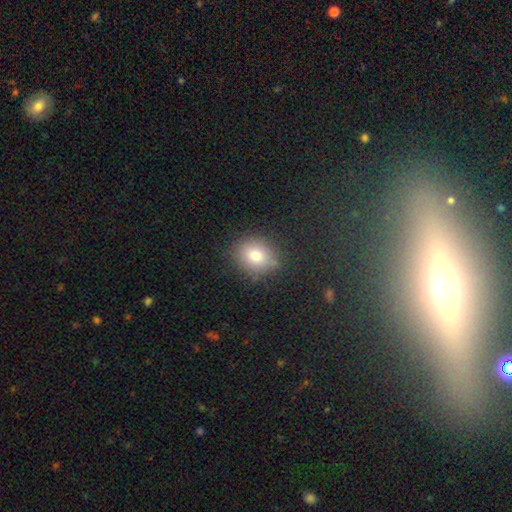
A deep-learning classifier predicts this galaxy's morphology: smooth-or-featured: smooth: 78% | star or artifact: 12% | featured or disk: 10%
  how-rounded: round: 64% | in between: 35% | cigar-shaped: 1%
  merging: none: 79% | minor disturbance: 15% | major disturbance: 4% | merger: 2%